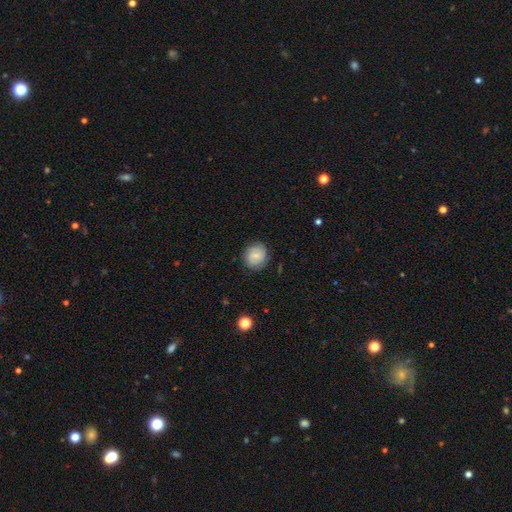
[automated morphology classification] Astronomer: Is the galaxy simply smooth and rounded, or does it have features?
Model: smooth — 65%.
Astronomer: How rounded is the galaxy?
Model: round — 81%.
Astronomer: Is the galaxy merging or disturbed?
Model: none — 84%.